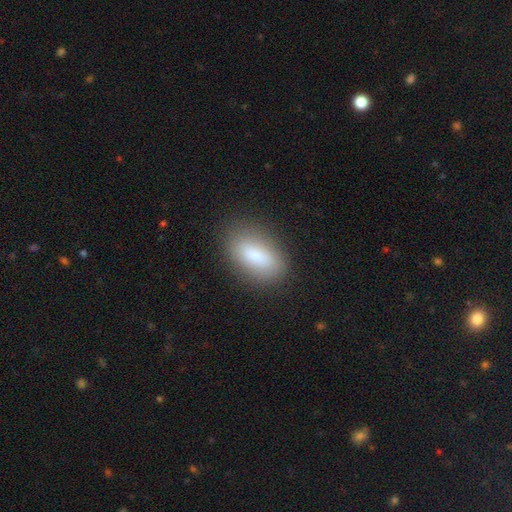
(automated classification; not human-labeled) A smooth galaxy with no disk features (82%) that is in between round and cigar-shaped (89%).

Vote fractions:
- Smooth or featured? smooth: 82% / featured or disk: 10% / star or artifact: 8%
- How rounded? in between: 89% / cigar-shaped: 7% / round: 5%
- Merging? none: 83% / minor disturbance: 12% / major disturbance: 4% / merger: 1%